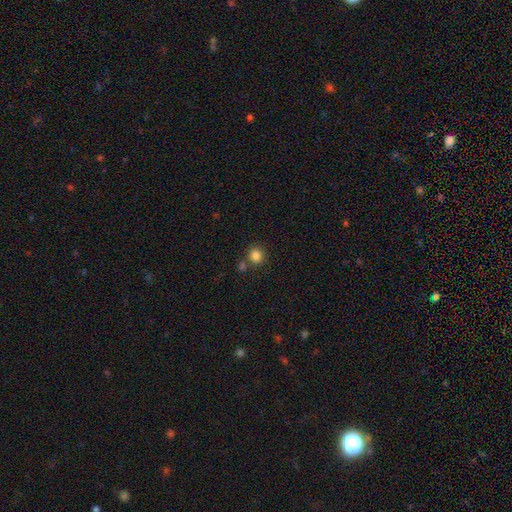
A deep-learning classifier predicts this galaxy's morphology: Smooth or featured? smooth (84%)
How rounded? round (88%)
Merging? none (74%)